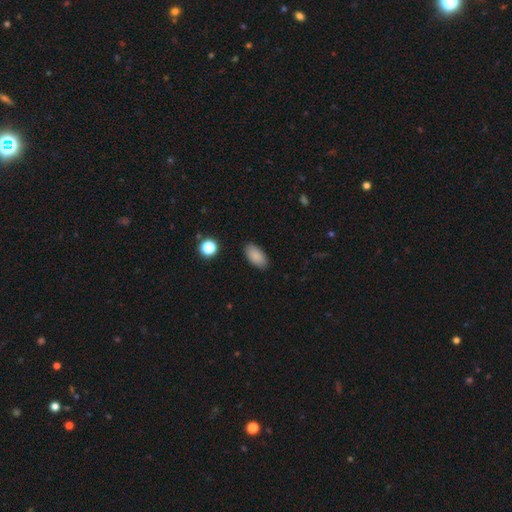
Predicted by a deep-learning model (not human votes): This is clearly a smooth galaxy (87%). How rounded: clearly in between (93%). Merging: clearly none (87%).